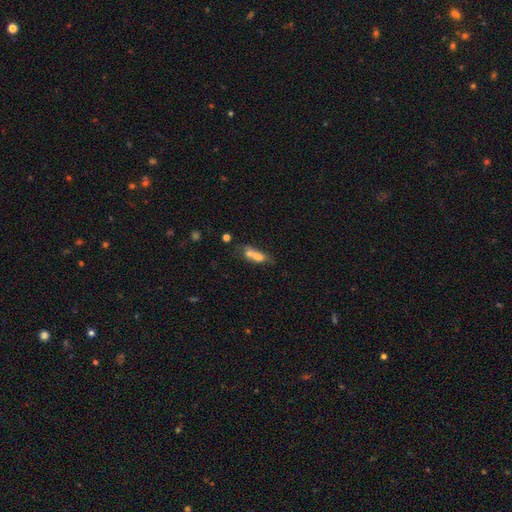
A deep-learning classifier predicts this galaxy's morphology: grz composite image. It shows a smooth galaxy with no disk features (63%) that is in between round and cigar-shaped (62%). Merging: merger (53%).